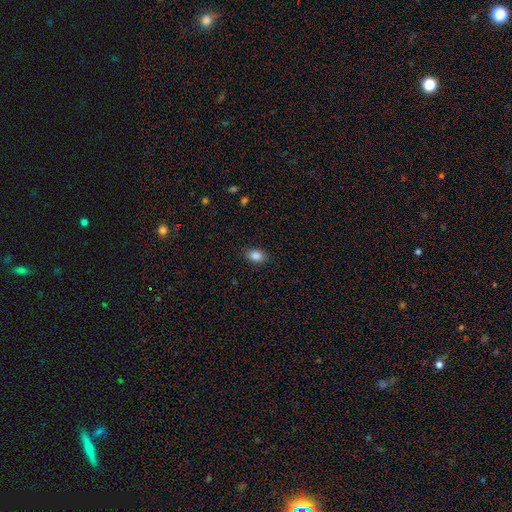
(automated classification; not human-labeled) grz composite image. It shows a smooth galaxy with no disk features (87%) that is in between round and cigar-shaped (82%). Merging: none (87%).